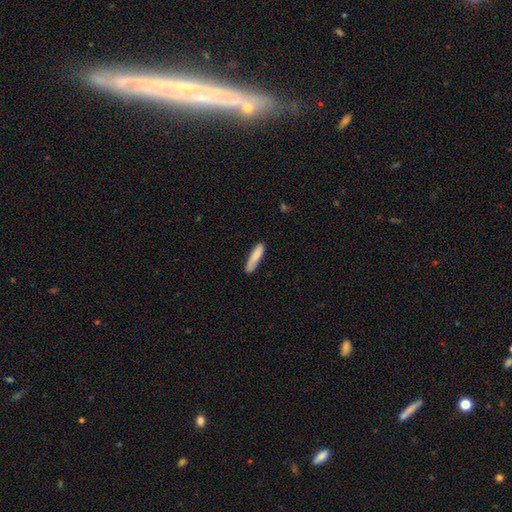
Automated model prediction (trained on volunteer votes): Smooth or featured: smooth — 82% (featured or disk — 12%)
How rounded: cigar-shaped — 79% (in between — 20%)
Merging: none — 74% (minor disturbance — 20%)